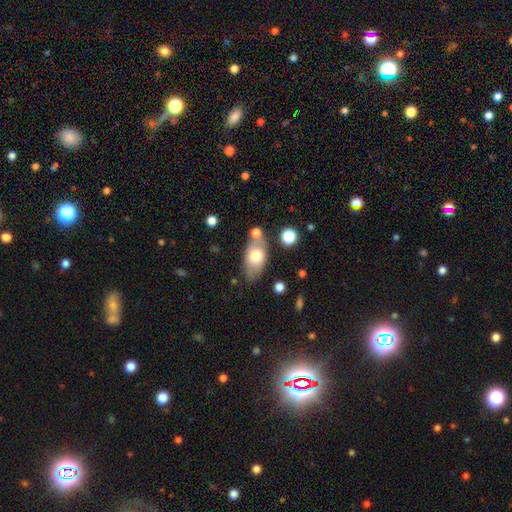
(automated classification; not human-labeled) A smooth galaxy with no disk features (69%) that is in between round and cigar-shaped (90%).

Vote fractions:
- Smooth or featured? smooth: 69% / featured or disk: 24% / star or artifact: 7%
- How rounded? in between: 90% / cigar-shaped: 6% / round: 5%
- Merging? none: 68% / minor disturbance: 17% / merger: 11% / major disturbance: 5%